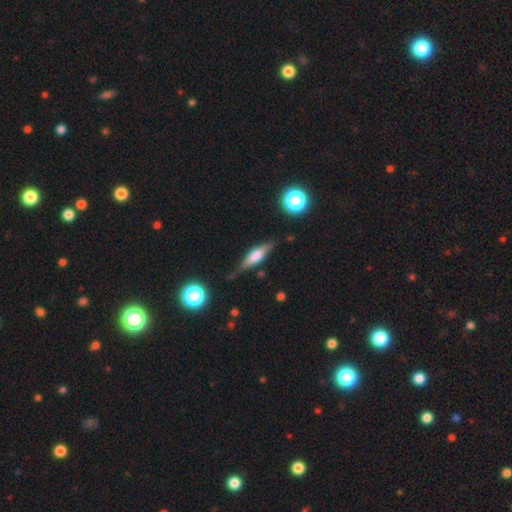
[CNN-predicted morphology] Overall: featured or disk (57%; smooth 35%). Edge-on disk: yes (93%). Edge-on bulge: rounded (81%). Merging: none (76%).